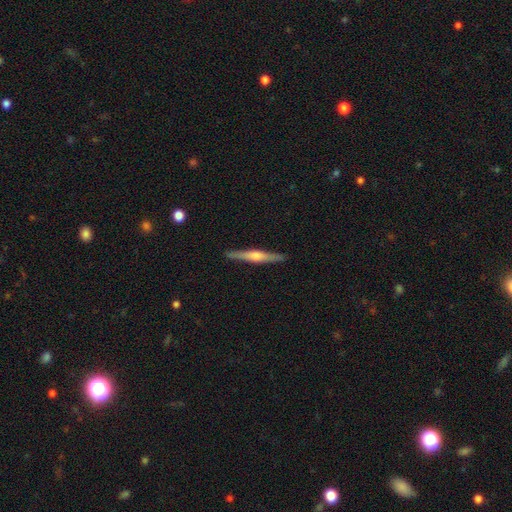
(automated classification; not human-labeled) smooth-or-featured: featured or disk: 75% | smooth: 20% | star or artifact: 5%
  disk-edge-on: yes: 98% | no: 2%
    edge-on-bulge: rounded: 84% | boxy: 10% | none: 7%
  merging: none: 92% | minor disturbance: 6% | major disturbance: 1% | merger: 1%